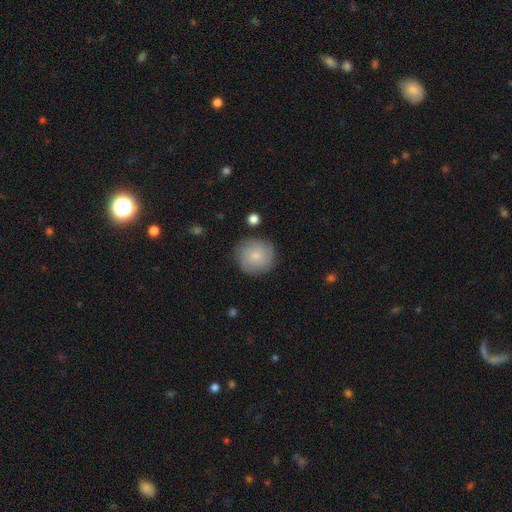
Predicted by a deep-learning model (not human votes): Smooth or featured?
  - smooth: 69% *
  - featured or disk: 24%
  - star or artifact: 7%
How rounded?
  - round: 94% *
  - in between: 5%
  - cigar-shaped: 1%
Merging?
  - none: 83% *
  - minor disturbance: 11%
  - major disturbance: 3%
  - merger: 2%